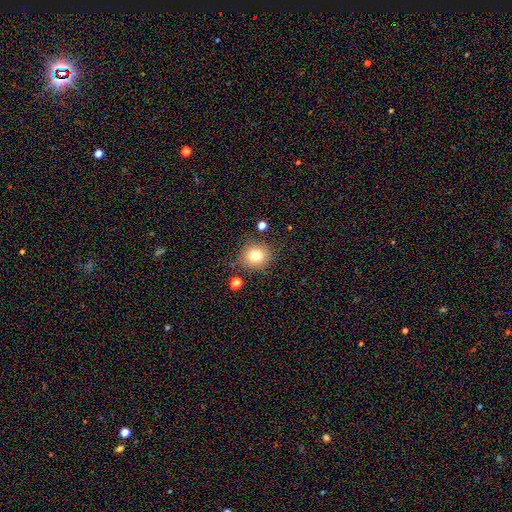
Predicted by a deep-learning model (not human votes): A smooth galaxy with no disk features (78%) that is round (84%). Merging: none (82%).